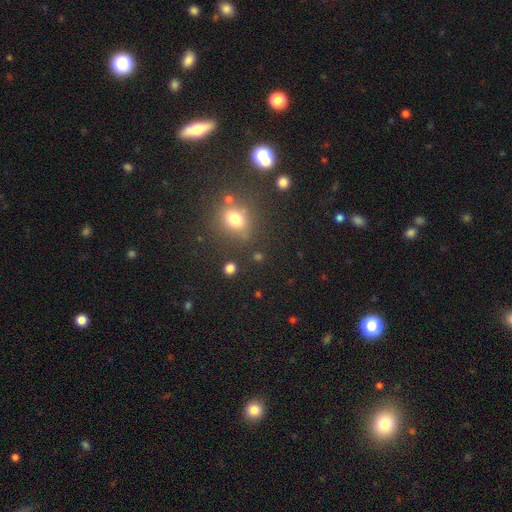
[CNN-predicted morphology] Smooth or featured? smooth (56%)
How rounded? round (69%)
Merging? none (78%)